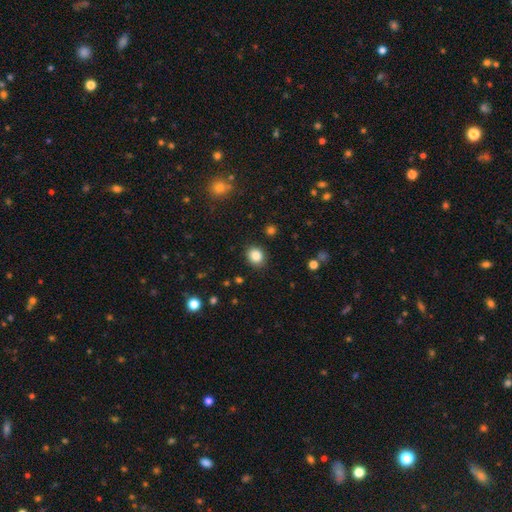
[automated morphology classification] This appears to be a smooth galaxy with no disk features (86%) that is round (72%). Merging: none (89%).